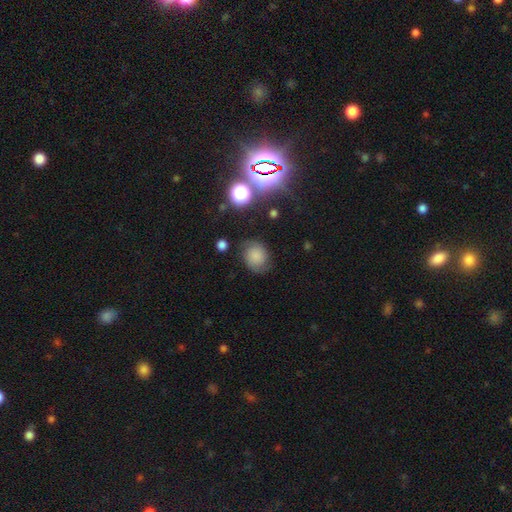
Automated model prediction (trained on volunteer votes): Q: Smooth or featured?
A: smooth (64%); runner-up: featured or disk (22%)
Q: How rounded?
A: round (62%); runner-up: in between (37%)
Q: Merging?
A: none (70%); runner-up: minor disturbance (20%)